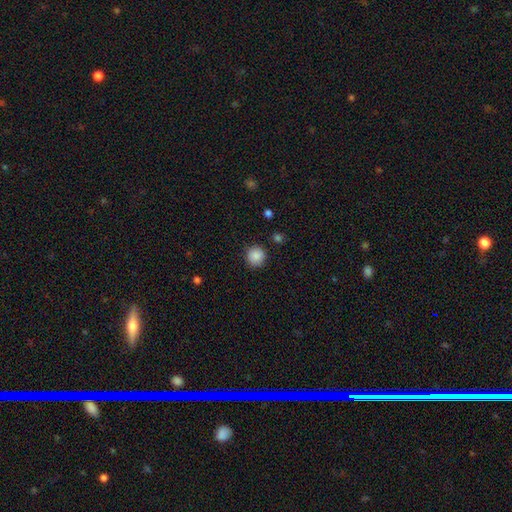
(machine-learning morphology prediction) A smooth galaxy with no disk features (88%) that is round (93%). Merging: none (89%).